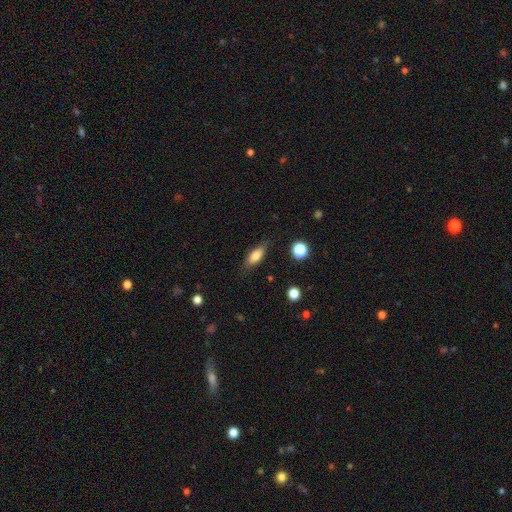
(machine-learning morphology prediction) smooth_or_featured: smooth (p=0.72) [alt: featured or disk p=0.20]
how_rounded: in between (p=0.71) [alt: cigar-shaped p=0.25]
merging: none (p=0.79) [alt: minor disturbance p=0.16]